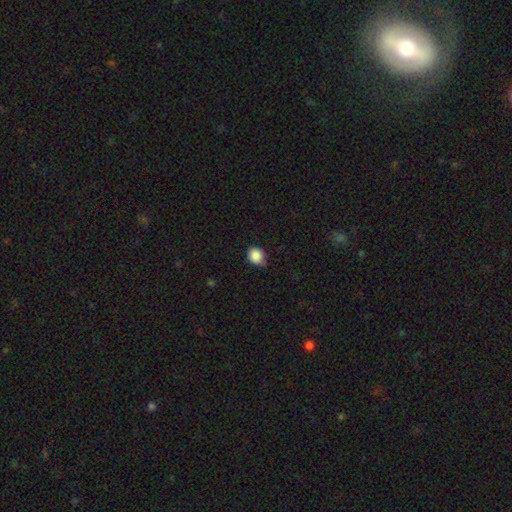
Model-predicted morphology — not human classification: The model was most divided on "merging": none: 68%, minor disturbance: 27%, major disturbance: 4%, merger: 1%. More confident: smooth or featured — smooth (87%); how rounded — round (71%).